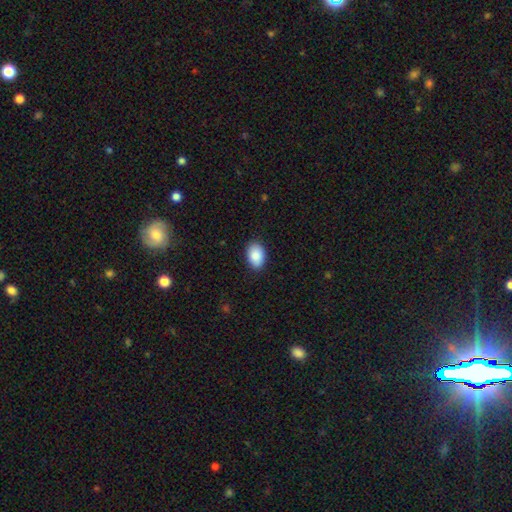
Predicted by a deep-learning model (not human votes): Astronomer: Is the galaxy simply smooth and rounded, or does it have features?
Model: smooth — 88%.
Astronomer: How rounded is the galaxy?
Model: in between — 87%.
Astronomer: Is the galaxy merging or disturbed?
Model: none — 87%.